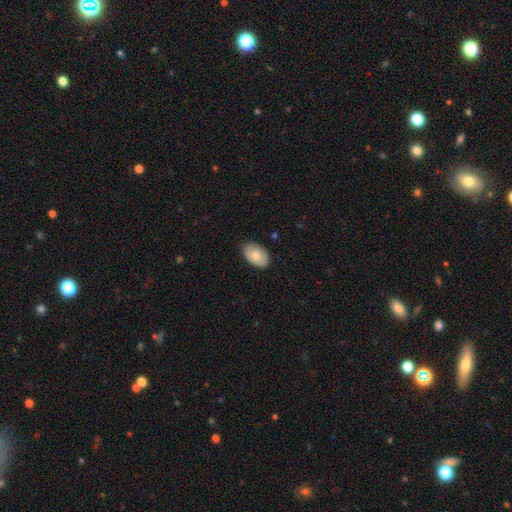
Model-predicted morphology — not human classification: Smooth or featured: smooth — 75% (featured or disk — 18%)
How rounded: in between — 89% (round — 10%)
Merging: none — 84% (minor disturbance — 13%)